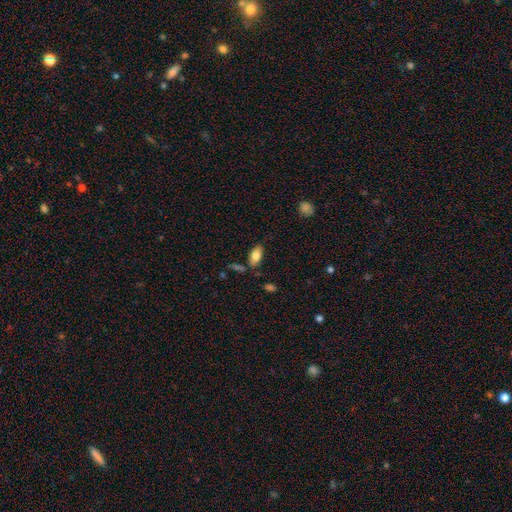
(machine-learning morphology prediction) smooth-or-featured: smooth: 81% | featured or disk: 12% | star or artifact: 8%
  how-rounded: in between: 91% | cigar-shaped: 6% | round: 3%
  merging: none: 78% | minor disturbance: 14% | merger: 5% | major disturbance: 3%